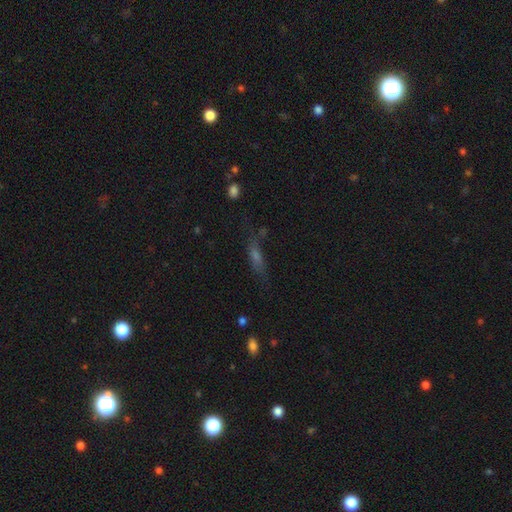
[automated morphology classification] This is possibly a smooth galaxy (45%). Merging: likely none (60%).